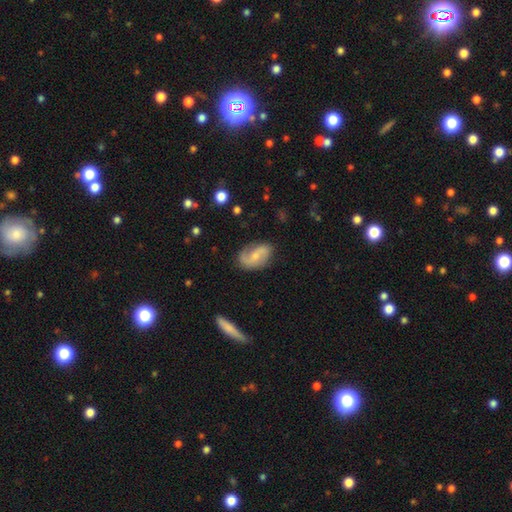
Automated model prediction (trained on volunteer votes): smooth-or-featured: featured or disk: 70% | smooth: 24% | star or artifact: 6%
  disk-edge-on: no: 96% | yes: 4%
    bar: no: 49% | weak: 40% | strong: 11%
    has-spiral-arms: yes: 92% | no: 8%
      spiral-winding: loose: 44% | medium: 39% | tight: 16%
      spiral-arm-count: 2: 83% | 1: 8% | can't tell: 6% | 3: 1% | 4: 1% | more than 4: 1%
    bulge-size: small: 50% | moderate: 40% | none: 7% | large: 2% | dominant: 1%
  merging: none: 73% | minor disturbance: 19% | major disturbance: 7% | merger: 2%